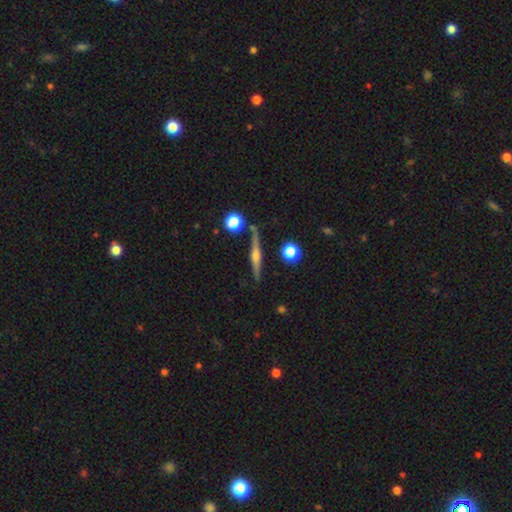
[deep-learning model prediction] Smooth or featured? Predicted: featured or disk (p=0.72). Edge-on disk? Predicted: yes (p=0.97). Edge-on bulge? Predicted: rounded (p=0.86). Merging? Predicted: none (p=0.85).